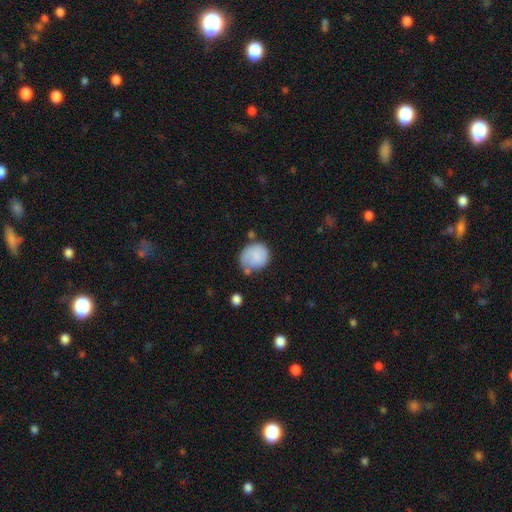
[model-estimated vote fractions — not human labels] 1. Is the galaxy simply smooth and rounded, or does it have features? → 74% smooth, 19% featured or disk, 7% star or artifact.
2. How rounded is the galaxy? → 69% round, 30% in between, 1% cigar-shaped.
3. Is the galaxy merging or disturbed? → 49% none, 30% minor disturbance, 11% major disturbance, 11% merger.